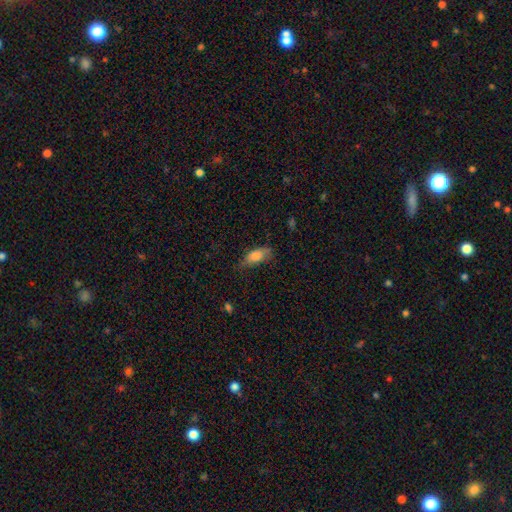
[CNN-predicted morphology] The model was most divided on "merging": none: 62%, minor disturbance: 29%, major disturbance: 8%, merger: 2%. More confident: how rounded — in between (80%); smooth or featured — smooth (79%).